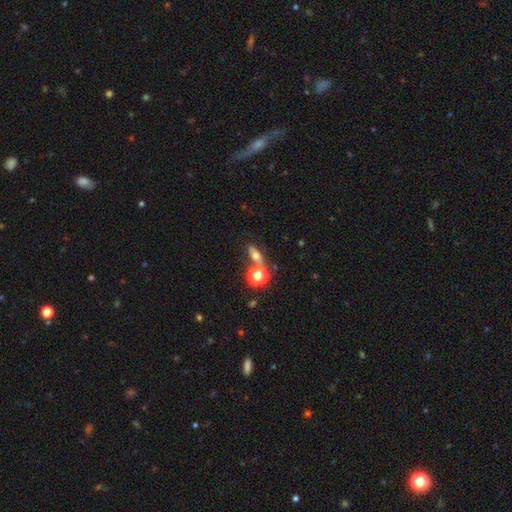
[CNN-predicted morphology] Smooth or featured? smooth (54%)
How rounded? in between (55%)
Merging? none (66%)